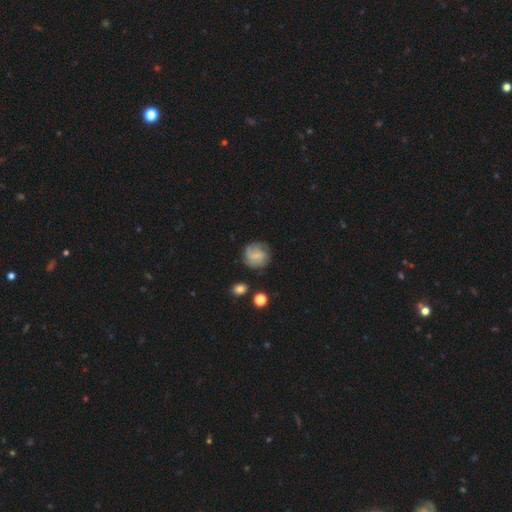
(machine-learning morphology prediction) Smooth or featured? Predicted: featured or disk (p=0.48). Merging? Predicted: none (p=0.70).